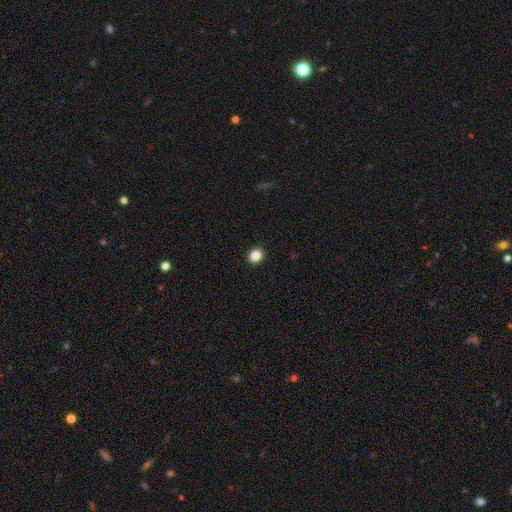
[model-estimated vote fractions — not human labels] This appears to be a smooth galaxy with no disk features (85%) that is round (68%). Merging: none (92%).